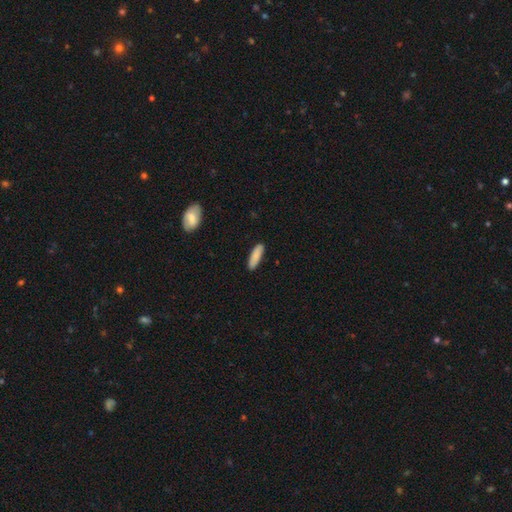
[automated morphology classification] Smooth or featured? Predicted: smooth (p=0.87). How rounded? Predicted: cigar-shaped (p=0.57). Merging? Predicted: none (p=0.88).